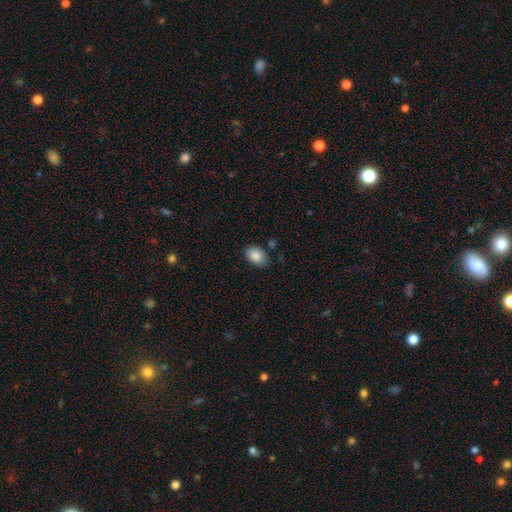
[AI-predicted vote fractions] smooth_or_featured: smooth (p=0.88) [alt: star or artifact p=0.07]
how_rounded: in between (p=0.82) [alt: round p=0.17]
merging: none (p=0.79) [alt: minor disturbance p=0.15]